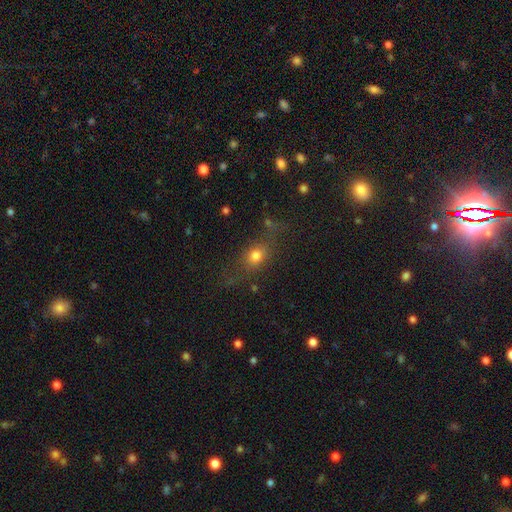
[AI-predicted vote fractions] Smooth or featured? Predicted: smooth (p=0.69). How rounded? Predicted: in between (p=0.55). Merging? Predicted: none (p=0.62).